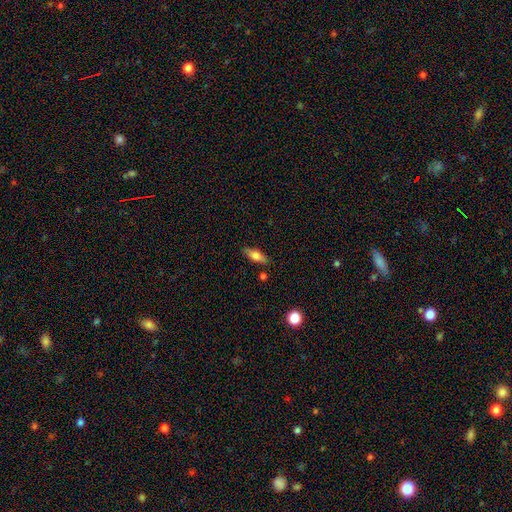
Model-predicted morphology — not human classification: Overall: smooth (64%; featured or disk 28%). How rounded: in between (62%; cigar-shaped 35%). Merging: none (84%).